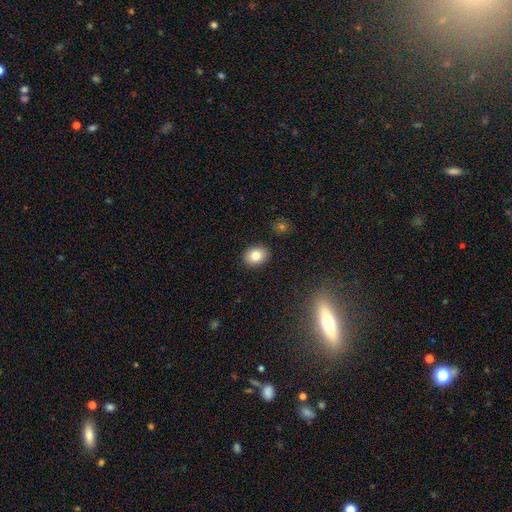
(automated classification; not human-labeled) Smooth or featured? Predicted: smooth (p=0.83). How rounded? Predicted: in between (p=0.59). Merging? Predicted: none (p=0.89).